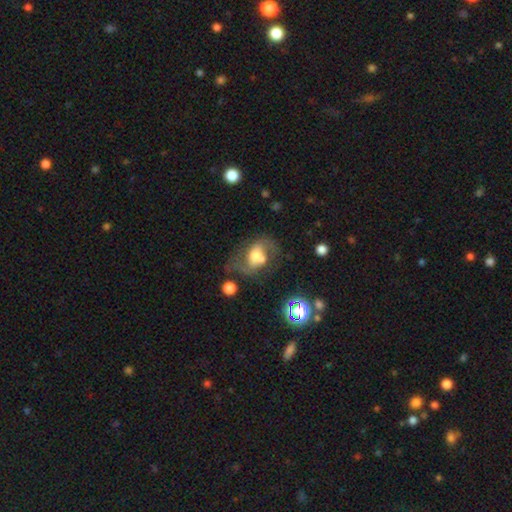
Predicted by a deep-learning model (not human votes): Smooth or featured: featured or disk — 53% (smooth — 36%)
Edge-on disk: no — 94% (yes — 6%)
Bar: no — 56% (weak — 29%)
Spiral arms: yes — 61% (no — 39%)
Bulge size: moderate — 51% (large — 22%)
Merging: none — 35% (major disturbance — 24%)